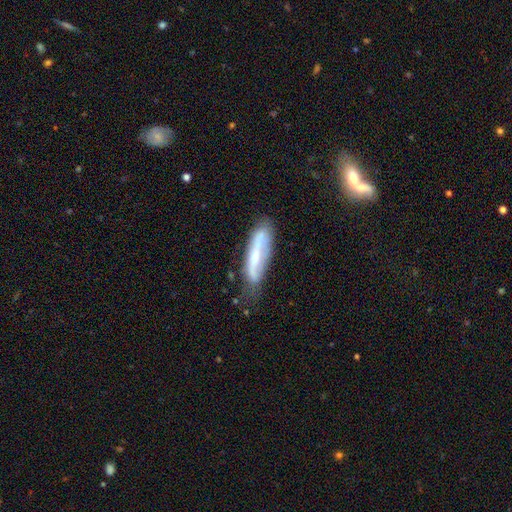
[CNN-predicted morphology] A featured or disk galaxy (51%). Merging: none (59%).